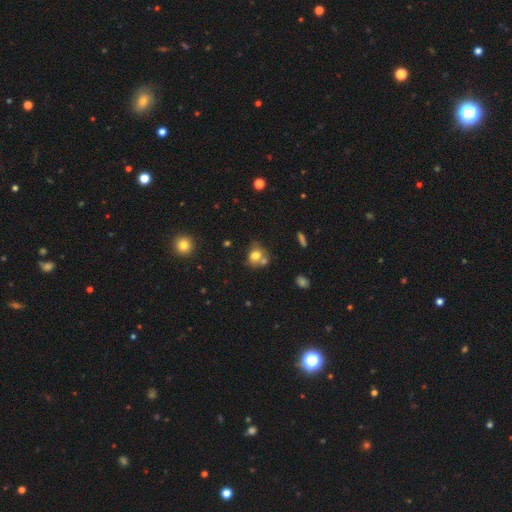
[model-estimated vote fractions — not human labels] Smooth or featured? Predicted: smooth (p=0.74). How rounded? Predicted: round (p=0.59). Merging? Predicted: none (p=0.42).